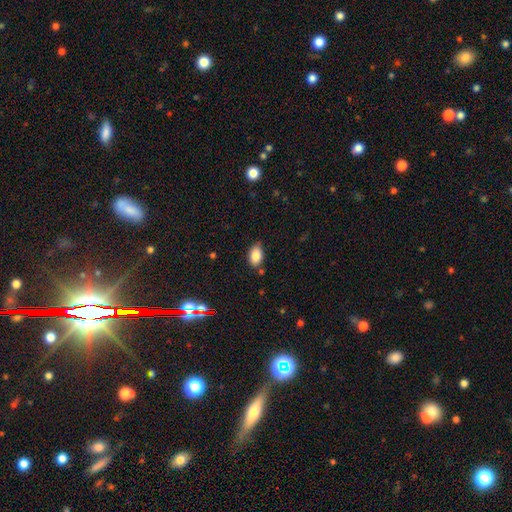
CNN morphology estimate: This is clearly a smooth galaxy (84%). How rounded: clearly in between (88%). Merging: likely none (74%).